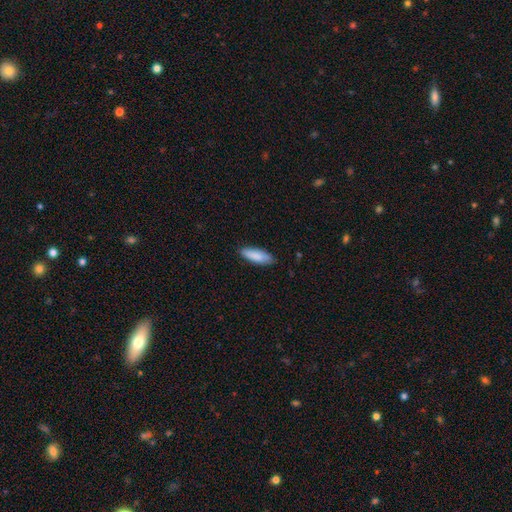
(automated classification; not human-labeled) smooth_or_featured: smooth (p=0.87) [alt: featured or disk p=0.08]
how_rounded: in between (p=0.56) [alt: cigar-shaped p=0.42]
merging: none (p=0.85) [alt: minor disturbance p=0.12]